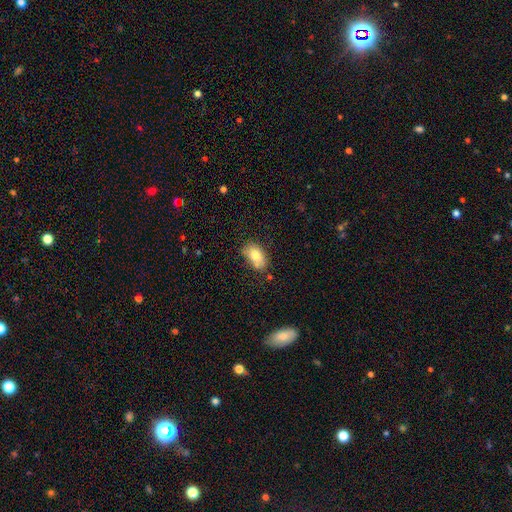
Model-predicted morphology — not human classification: Smooth or featured? smooth (77%)
How rounded? in between (89%)
Merging? none (66%)